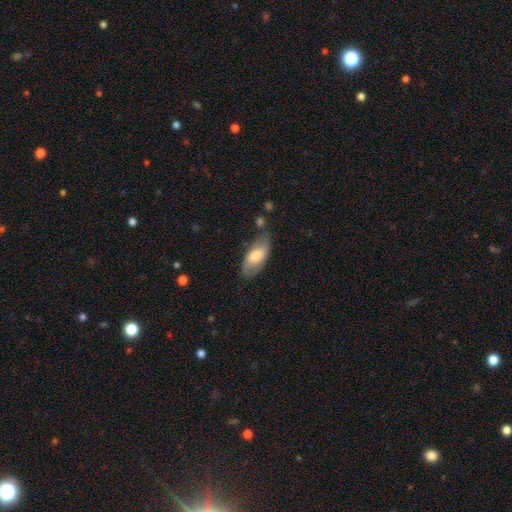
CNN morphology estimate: Smooth or featured? smooth (65%)
How rounded? in between (89%)
Merging? none (57%)